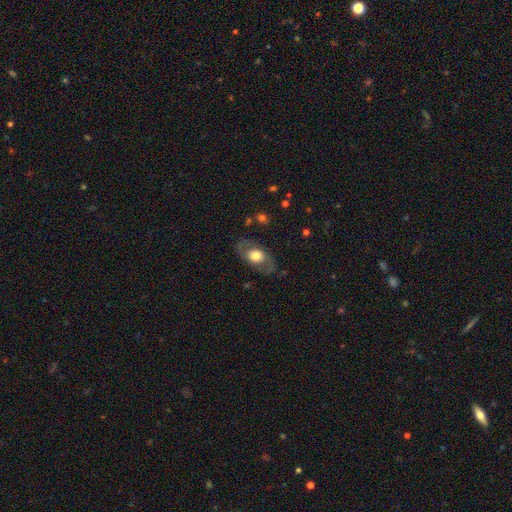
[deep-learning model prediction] featured or disk 54%, smooth 40%, star or artifact 6%. Down the decision tree: edge-on disk — no (89%); merging — none (78%).